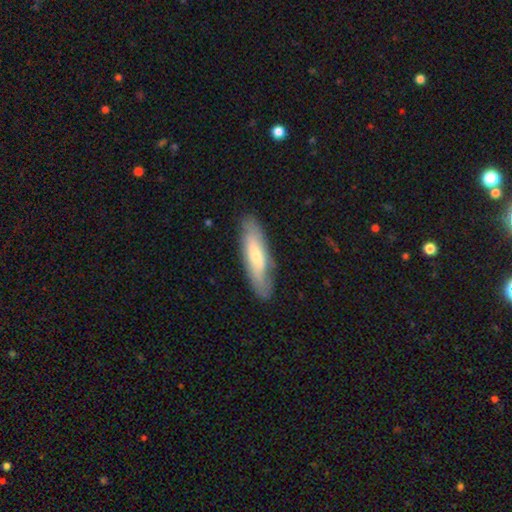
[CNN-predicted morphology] The model was most divided on "smooth or featured": smooth: 55%, featured or disk: 39%, star or artifact: 6%. More confident: merging — none (80%); how rounded — cigar-shaped (66%).